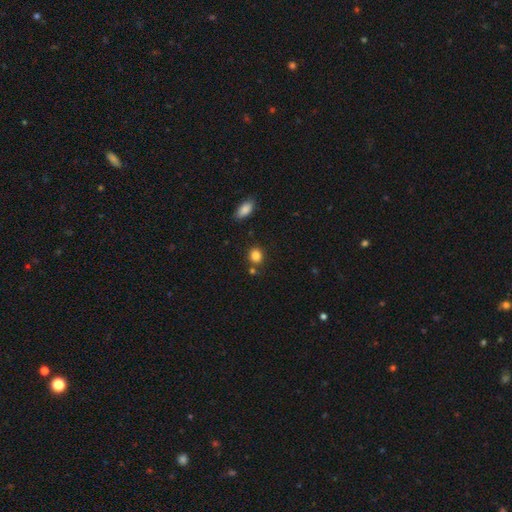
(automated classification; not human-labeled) smooth-or-featured: smooth: 85% | star or artifact: 10% | featured or disk: 5%
  how-rounded: round: 71% | in between: 28% | cigar-shaped: 1%
  merging: none: 78% | minor disturbance: 10% | merger: 8% | major disturbance: 3%